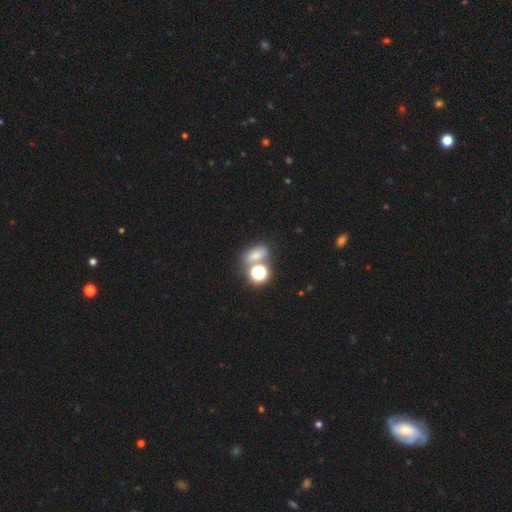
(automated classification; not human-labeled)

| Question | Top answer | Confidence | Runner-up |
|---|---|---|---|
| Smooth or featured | smooth | 65% | star or artifact (25%) |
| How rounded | in between | 65% | round (32%) |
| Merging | none | 54% | merger (27%) |